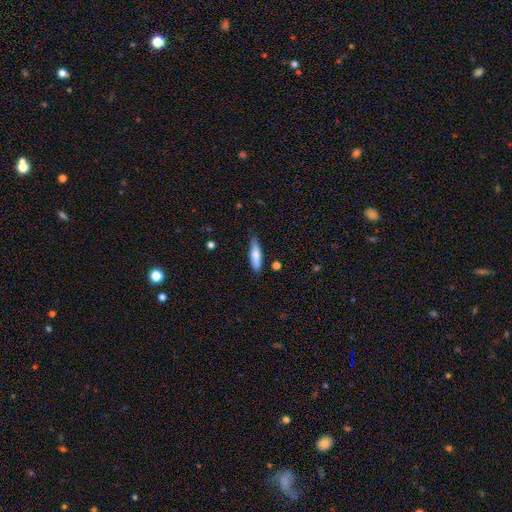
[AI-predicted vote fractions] smooth 77%, featured or disk 17%, star or artifact 6%. Down the decision tree: how rounded — cigar-shaped (68%); merging — none (75%).